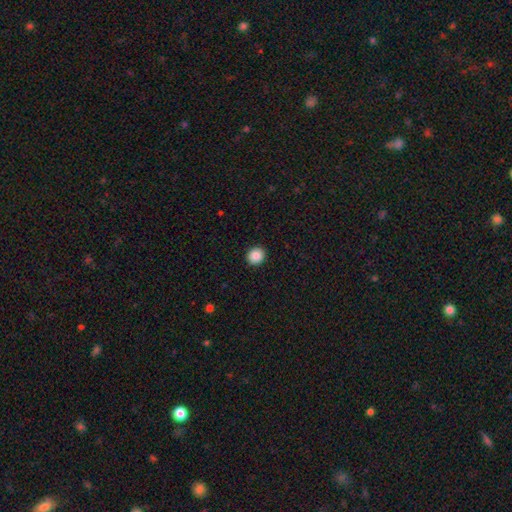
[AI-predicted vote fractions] Overall: smooth (89%). How rounded: round (85%). Merging: none (92%).